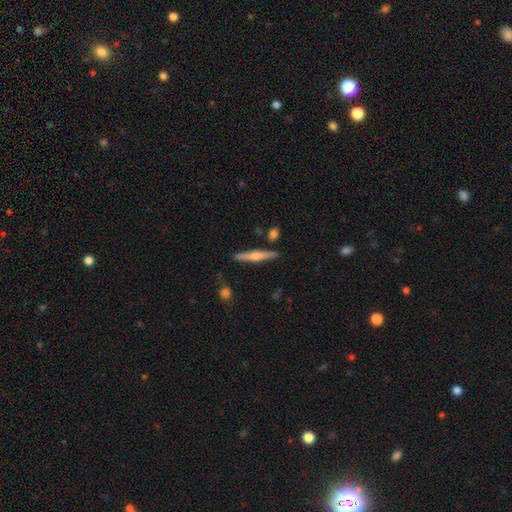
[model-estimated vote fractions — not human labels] smooth-or-featured: featured or disk: 66% | smooth: 28% | star or artifact: 6%
  disk-edge-on: yes: 97% | no: 3%
    edge-on-bulge: rounded: 86% | none: 8% | boxy: 6%
  merging: none: 87% | minor disturbance: 8% | merger: 3% | major disturbance: 2%